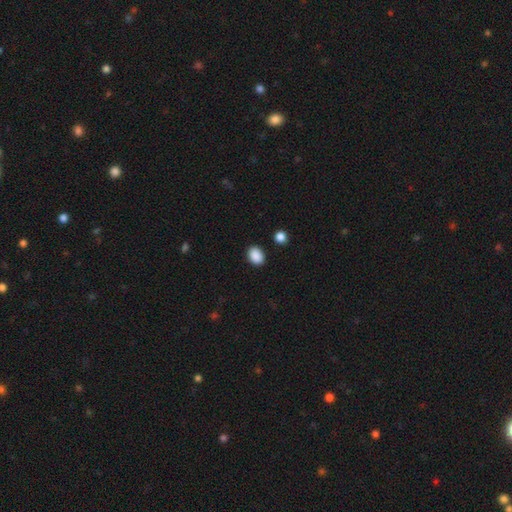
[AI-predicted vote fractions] Overall: smooth (89%). How rounded: in between (67%; round 32%). Merging: none (88%).